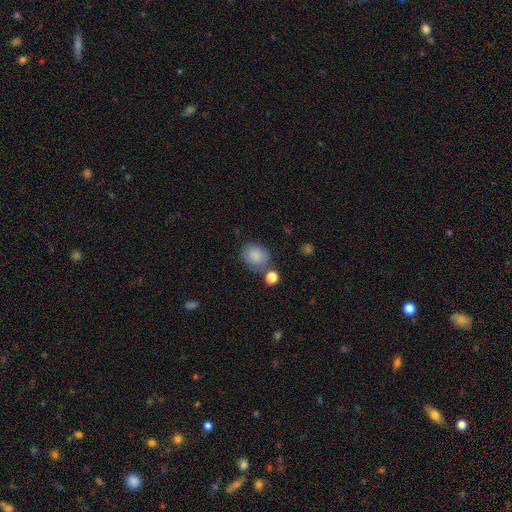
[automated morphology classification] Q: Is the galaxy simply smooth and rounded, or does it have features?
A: smooth — 85%.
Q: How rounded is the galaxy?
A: round — 61%.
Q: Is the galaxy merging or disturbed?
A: none — 68%.